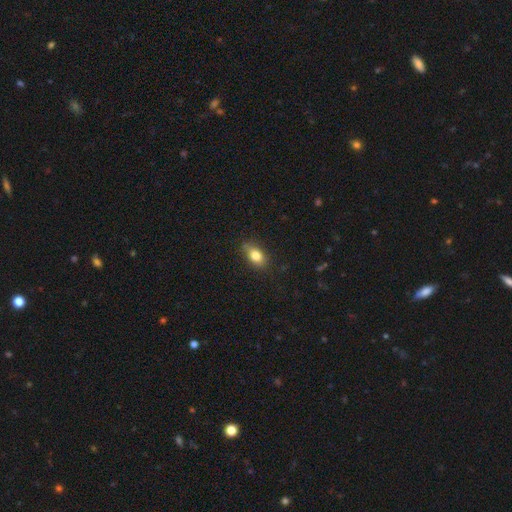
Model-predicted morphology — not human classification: Smooth or featured?
  - smooth: 82% *
  - featured or disk: 9%
  - star or artifact: 9%
How rounded?
  - in between: 83% *
  - round: 13%
  - cigar-shaped: 4%
Merging?
  - none: 76% *
  - minor disturbance: 19%
  - major disturbance: 4%
  - merger: 1%